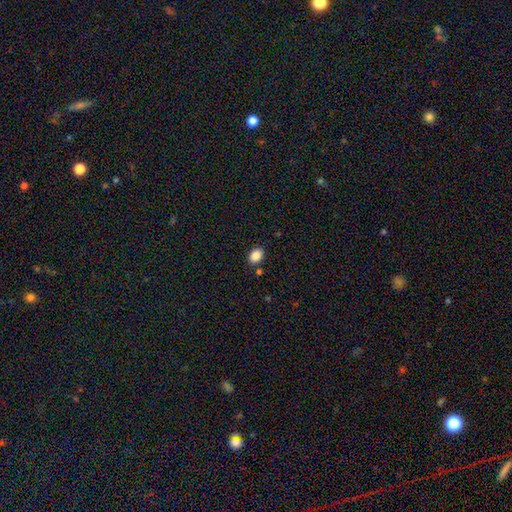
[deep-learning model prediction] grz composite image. It shows a smooth galaxy with no disk features (87%) that is in between round and cigar-shaped (76%). Merging: none (85%).